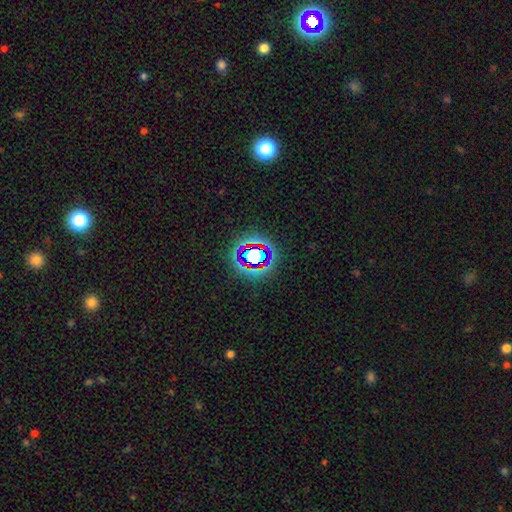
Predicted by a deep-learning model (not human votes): Smooth or featured? Predicted: star or artifact (p=0.55).